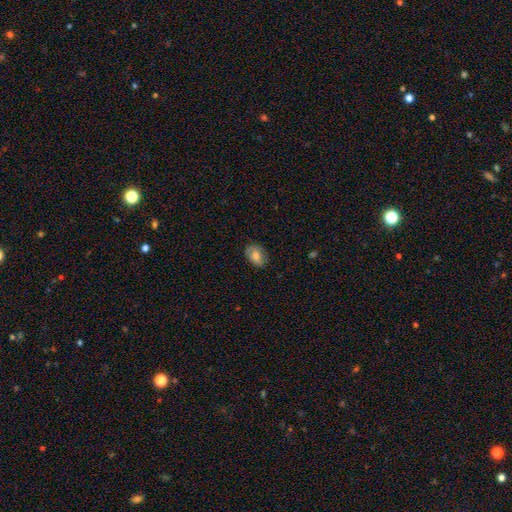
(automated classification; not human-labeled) smooth-or-featured: smooth: 73% | featured or disk: 19% | star or artifact: 8%
  how-rounded: in between: 79% | round: 20% | cigar-shaped: 1%
  merging: none: 78% | minor disturbance: 17% | major disturbance: 4% | merger: 1%